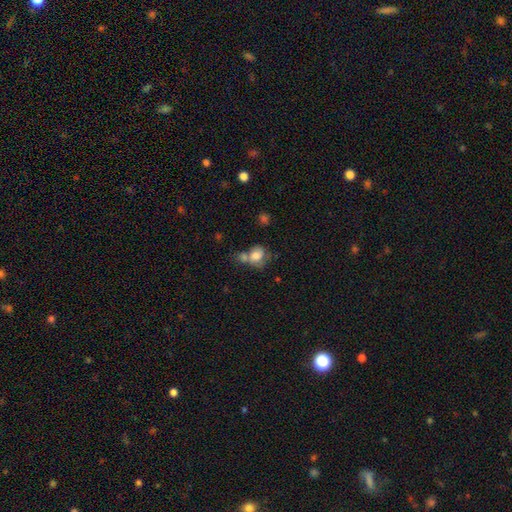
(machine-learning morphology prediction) Smooth or featured? smooth (75%)
How rounded? round (57%)
Merging? merger (45%)